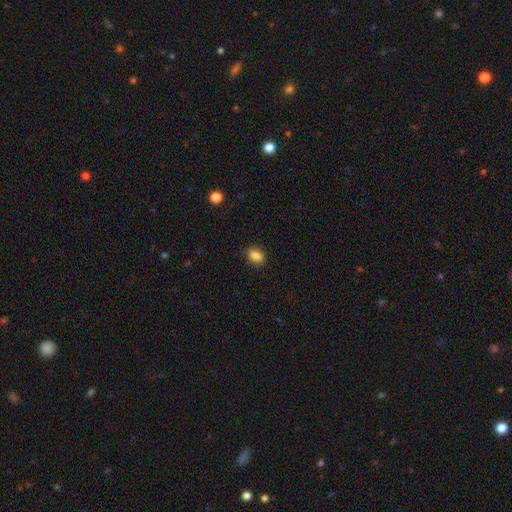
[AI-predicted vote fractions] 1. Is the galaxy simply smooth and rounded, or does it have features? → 86% smooth, 9% star or artifact, 4% featured or disk.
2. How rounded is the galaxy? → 66% in between, 32% round, 1% cigar-shaped.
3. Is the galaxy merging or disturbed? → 88% none, 9% minor disturbance, 2% major disturbance, 1% merger.